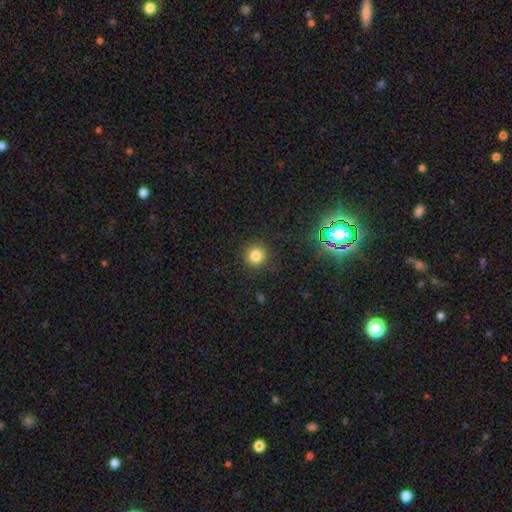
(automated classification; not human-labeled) This is likely a smooth galaxy (79%). How rounded: clearly round (95%). Merging: clearly none (89%).